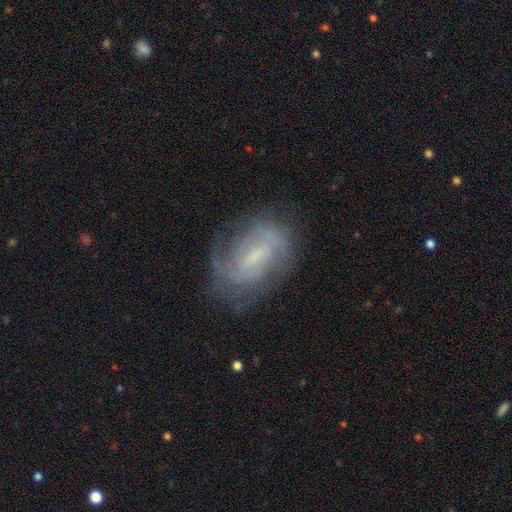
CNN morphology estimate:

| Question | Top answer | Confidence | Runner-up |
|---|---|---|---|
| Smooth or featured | featured or disk | 76% | smooth (16%) |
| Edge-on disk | no | 96% | yes (4%) |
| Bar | weak | 52% | strong (30%) |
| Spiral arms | yes | 88% | no (12%) |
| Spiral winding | tight | 45% | medium (39%) |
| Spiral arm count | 2 | 45% | can't tell (33%) |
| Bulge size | small | 40% | moderate (27%) |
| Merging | none | 68% | minor disturbance (19%) |